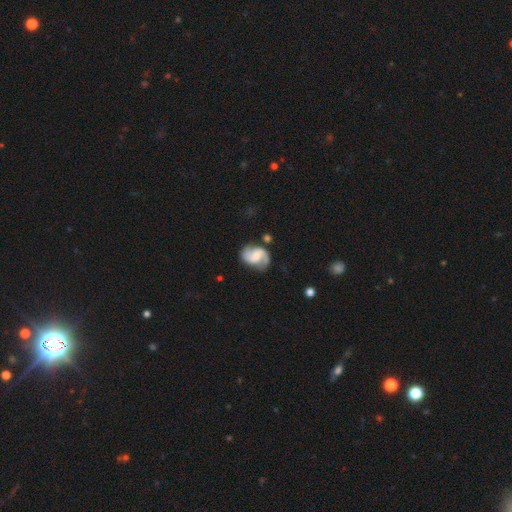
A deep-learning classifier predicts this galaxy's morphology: Smooth or featured: featured or disk — 83% (smooth — 11%)
Edge-on disk: no — 98% (yes — 2%)
Bar: weak — 45% (no — 40%)
Spiral arms: yes — 96% (no — 4%)
Spiral winding: medium — 50% (loose — 33%)
Spiral arm count: 2 — 92% (can't tell — 3%)
Bulge size: none — 34% (small — 29%)
Merging: none — 72% (minor disturbance — 17%)